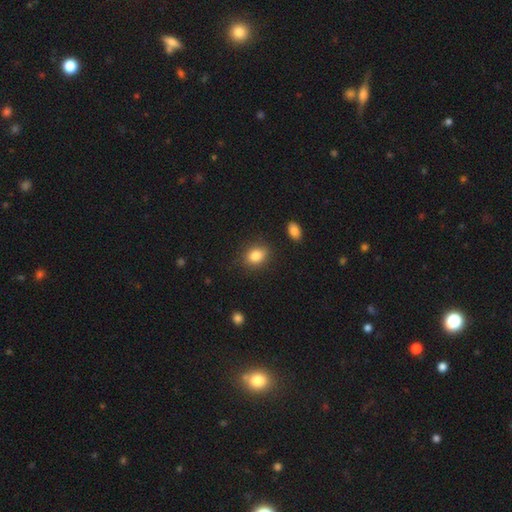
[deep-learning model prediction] This is clearly a smooth galaxy (85%). How rounded: likely in between (62%). Merging: clearly none (83%).